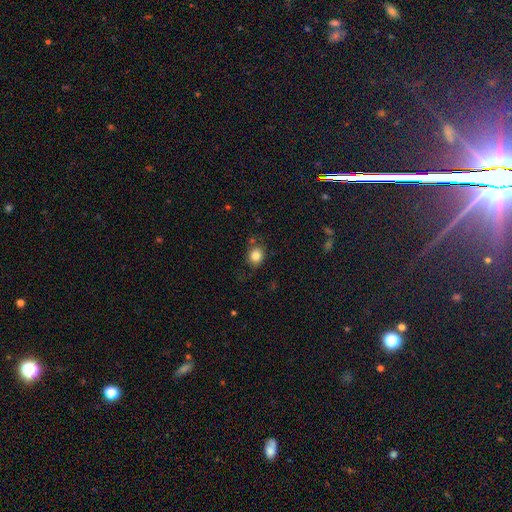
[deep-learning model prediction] Smooth or featured: smooth — 82% (star or artifact — 11%)
How rounded: round — 69% (in between — 30%)
Merging: none — 75% (minor disturbance — 16%)